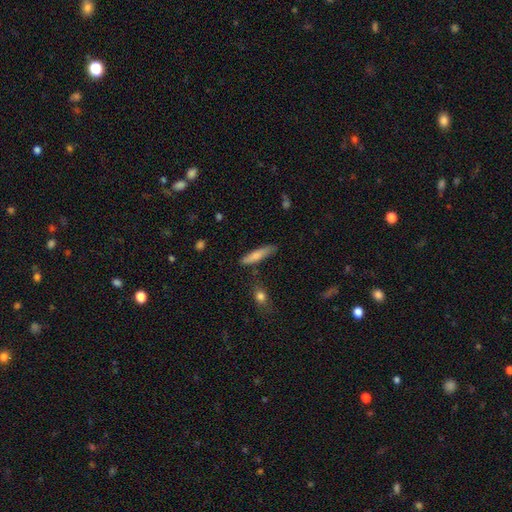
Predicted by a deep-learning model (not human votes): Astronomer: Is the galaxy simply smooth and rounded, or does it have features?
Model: smooth — 76%.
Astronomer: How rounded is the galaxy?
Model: cigar-shaped — 81%.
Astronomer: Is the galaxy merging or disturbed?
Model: none — 77%.